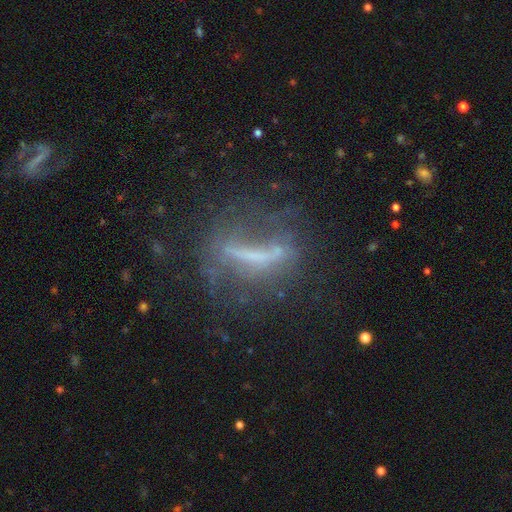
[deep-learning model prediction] A featured or disk galaxy (62%).

Vote fractions:
- Smooth or featured? featured or disk: 62% / smooth: 21% / star or artifact: 17%
- Edge-on disk? no: 60% / yes: 40%
- Merging? none: 55% / major disturbance: 21% / minor disturbance: 19% / merger: 5%